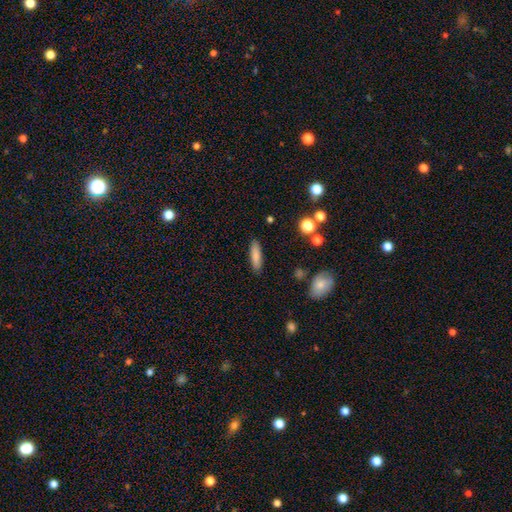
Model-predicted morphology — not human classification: smooth_or_featured: smooth (p=0.83) [alt: featured or disk p=0.10]
how_rounded: cigar-shaped (p=0.67) [alt: in between p=0.32]
merging: none (p=0.89) [alt: minor disturbance p=0.08]